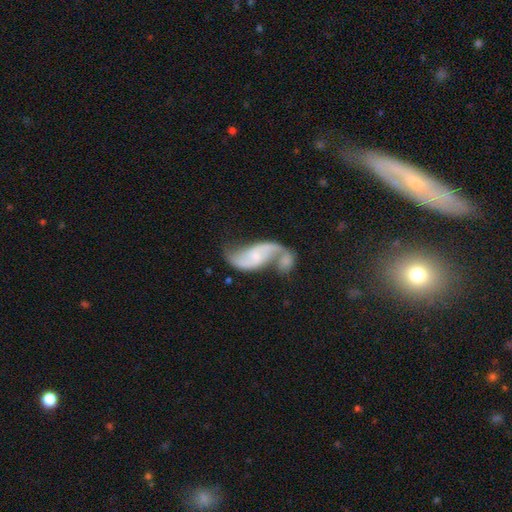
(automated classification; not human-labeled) smooth-or-featured: featured or disk: 81% | smooth: 13% | star or artifact: 6%
  disk-edge-on: no: 96% | yes: 4%
    bar: no: 53% | weak: 34% | strong: 12%
    has-spiral-arms: yes: 92% | no: 8%
      spiral-winding: loose: 71% | medium: 23% | tight: 6%
      spiral-arm-count: 2: 89% | 1: 4% | can't tell: 4% | 3: 1% | 4: 1% | more than 4: 1%
    bulge-size: small: 60% | moderate: 24% | none: 13% | large: 2% | dominant: 1%
  merging: merger: 50% | none: 26% | minor disturbance: 13% | major disturbance: 11%